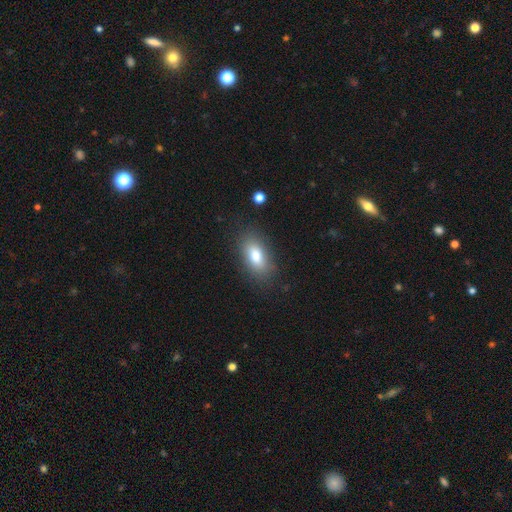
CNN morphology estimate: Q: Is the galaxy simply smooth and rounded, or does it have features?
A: smooth — 80%.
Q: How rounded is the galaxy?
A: in between — 88%.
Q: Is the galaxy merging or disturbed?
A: none — 83%.